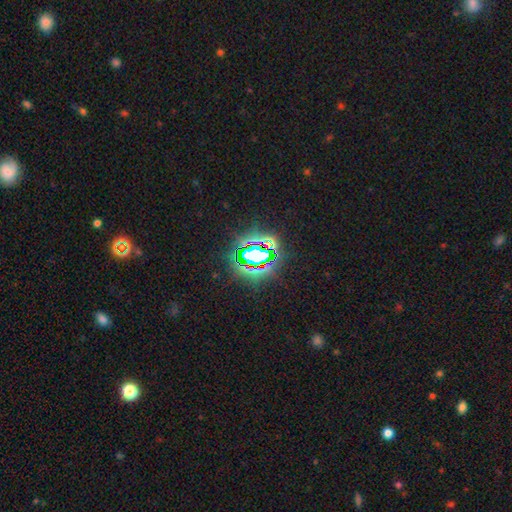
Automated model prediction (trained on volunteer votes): Smooth or featured?
  - star or artifact: 74% *
  - smooth: 15%
  - featured or disk: 11%